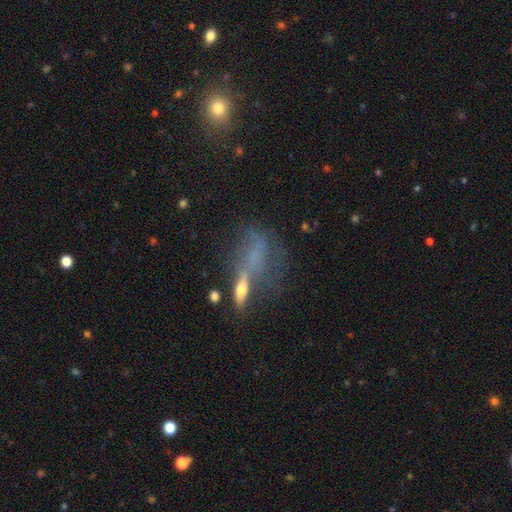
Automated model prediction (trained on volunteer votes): Smooth or featured: featured or disk — 41% (smooth — 37%)
Merging: none — 32% (major disturbance — 29%)